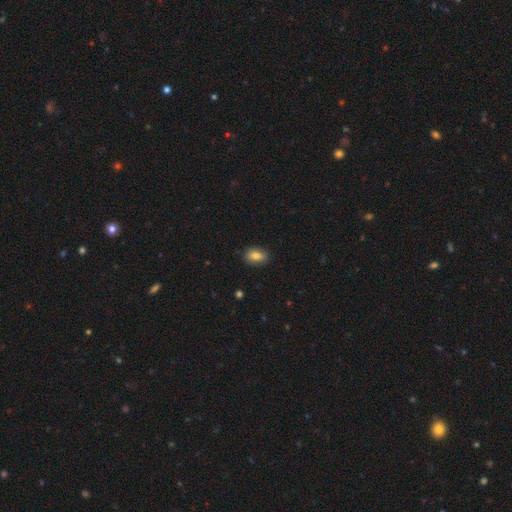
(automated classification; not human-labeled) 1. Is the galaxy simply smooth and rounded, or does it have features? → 81% smooth, 11% featured or disk, 8% star or artifact.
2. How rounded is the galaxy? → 85% in between, 12% round, 3% cigar-shaped.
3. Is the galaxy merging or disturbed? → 84% none, 12% minor disturbance, 2% major disturbance, 1% merger.